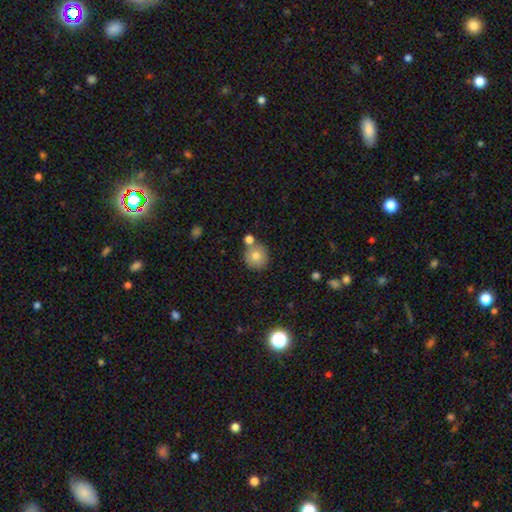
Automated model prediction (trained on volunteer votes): Q: Smooth or featured?
A: smooth (77%); runner-up: featured or disk (13%)
Q: How rounded?
A: round (89%); runner-up: in between (10%)
Q: Merging?
A: none (68%); runner-up: merger (20%)